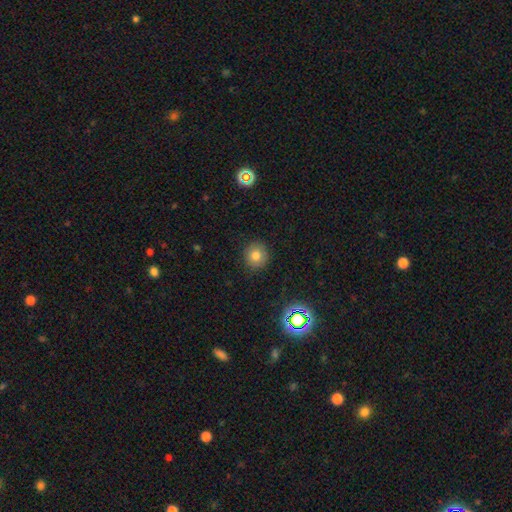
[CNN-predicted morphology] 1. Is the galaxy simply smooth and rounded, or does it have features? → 77% smooth, 14% star or artifact, 9% featured or disk.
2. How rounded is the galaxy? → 91% round, 9% in between, 1% cigar-shaped.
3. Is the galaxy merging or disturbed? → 90% none, 7% minor disturbance, 2% major disturbance, 1% merger.